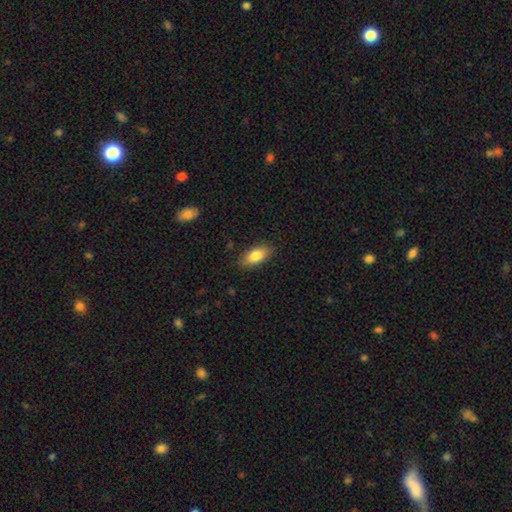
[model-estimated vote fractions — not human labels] A smooth galaxy with no disk features (84%) that is in between round and cigar-shaped (89%). Merging: none (86%).